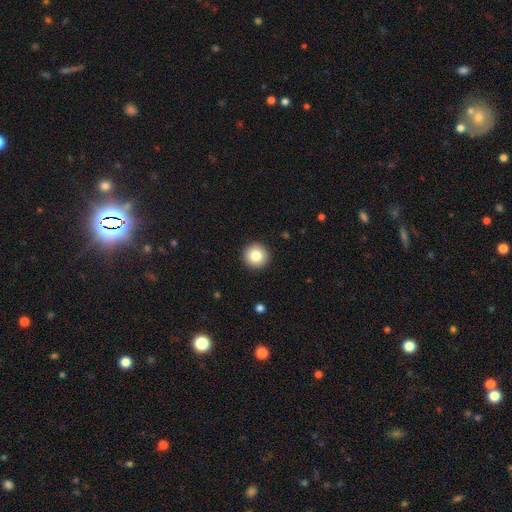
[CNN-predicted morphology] Q: Smooth or featured?
A: smooth (83%); runner-up: star or artifact (9%)
Q: How rounded?
A: round (96%); runner-up: in between (3%)
Q: Merging?
A: none (93%); runner-up: minor disturbance (4%)